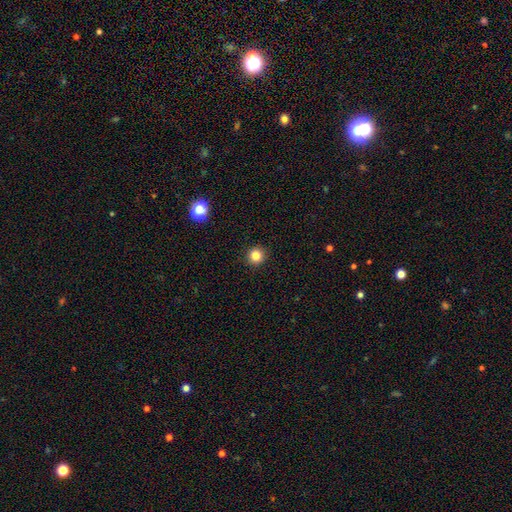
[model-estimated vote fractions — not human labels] Morphology: type=smooth (83%); roundness=round (94%); merging=none (92%).